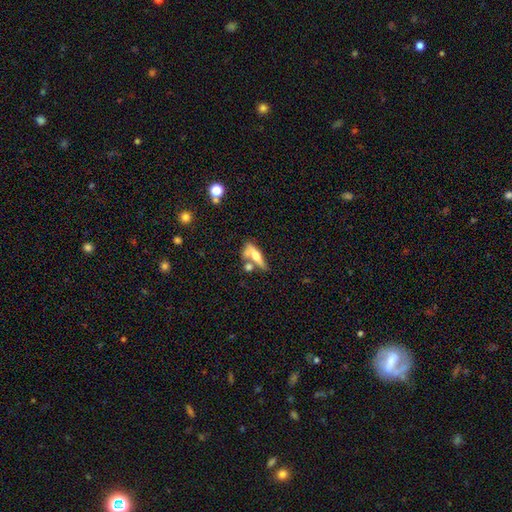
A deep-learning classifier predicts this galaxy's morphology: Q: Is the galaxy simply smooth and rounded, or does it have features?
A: smooth — 48%.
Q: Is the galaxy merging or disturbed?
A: none — 42%.